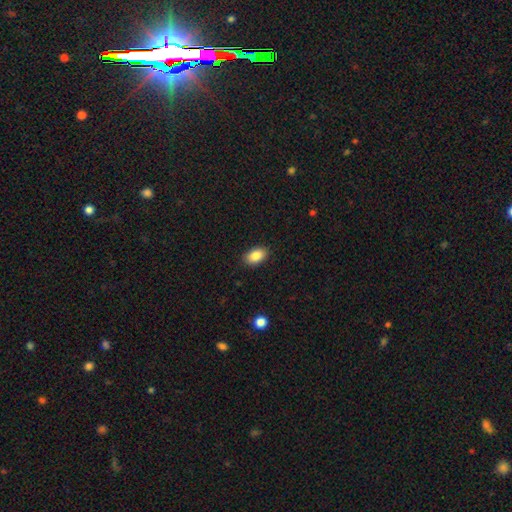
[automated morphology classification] Smooth or featured? Predicted: smooth (p=0.87). How rounded? Predicted: in between (p=0.90). Merging? Predicted: none (p=0.89).